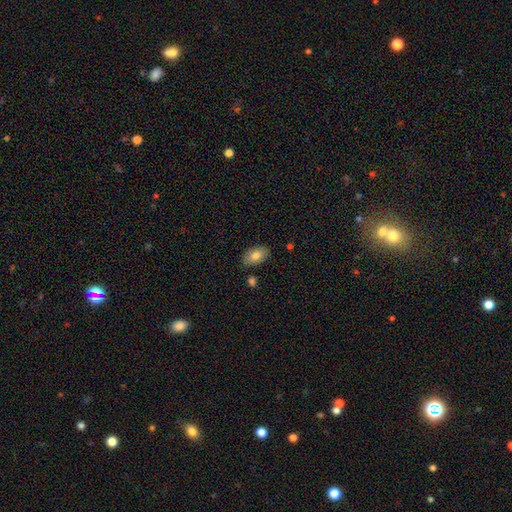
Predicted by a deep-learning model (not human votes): Q: Smooth or featured?
A: smooth (77%); runner-up: featured or disk (16%)
Q: How rounded?
A: in between (92%); runner-up: round (7%)
Q: Merging?
A: none (82%); runner-up: minor disturbance (12%)